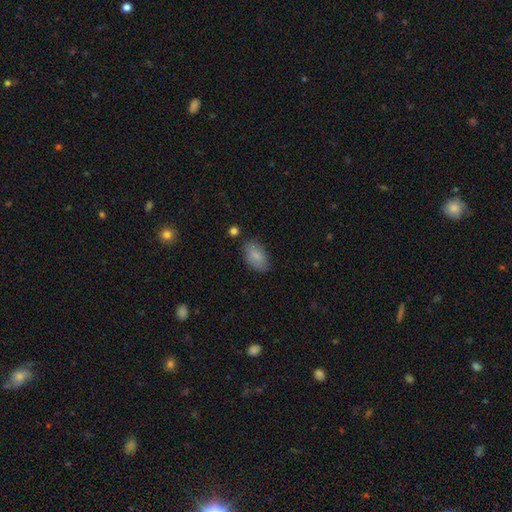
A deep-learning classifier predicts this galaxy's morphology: Overall: smooth (84%). How rounded: in between (93%). Merging: none (76%).